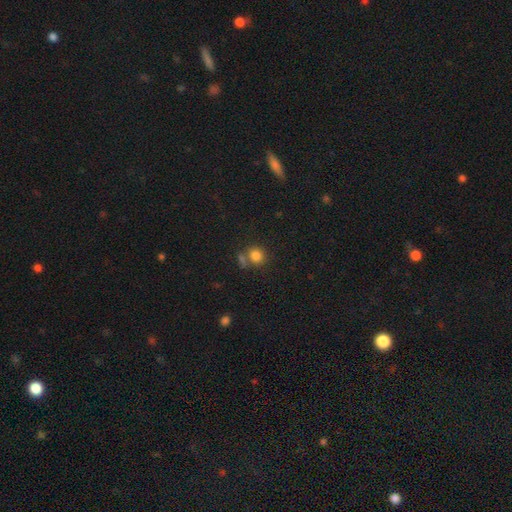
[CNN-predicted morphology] type=smooth (81%); roundness=round (81%); merging=none (59%).